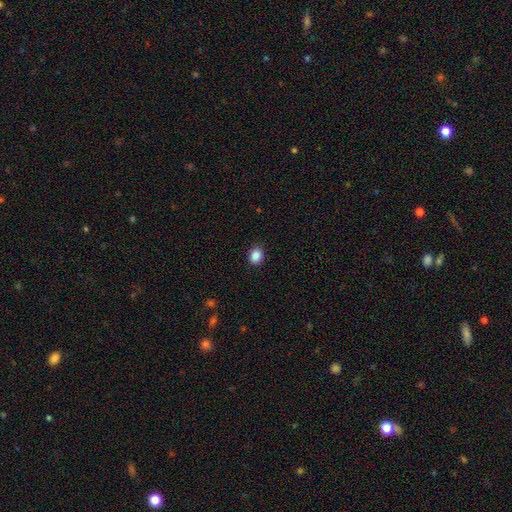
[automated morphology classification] smooth 88%, star or artifact 9%, featured or disk 3%. Down the decision tree: how rounded — round (60%); merging — none (91%).